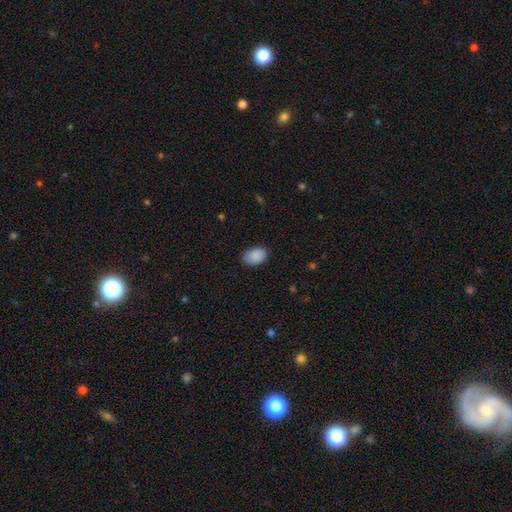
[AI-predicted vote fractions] A smooth galaxy with no disk features (90%) that is in between round and cigar-shaped (86%). Merging: none (84%).